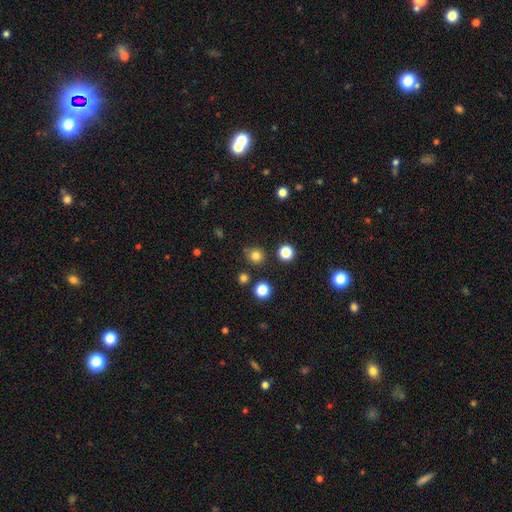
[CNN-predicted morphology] A smooth galaxy with no disk features (80%) that is round (93%).

Vote fractions:
- Smooth or featured? smooth: 80% / star or artifact: 16% / featured or disk: 5%
- How rounded? round: 93% / in between: 6% / cigar-shaped: 1%
- Merging? none: 84% / minor disturbance: 9% / merger: 5% / major disturbance: 3%